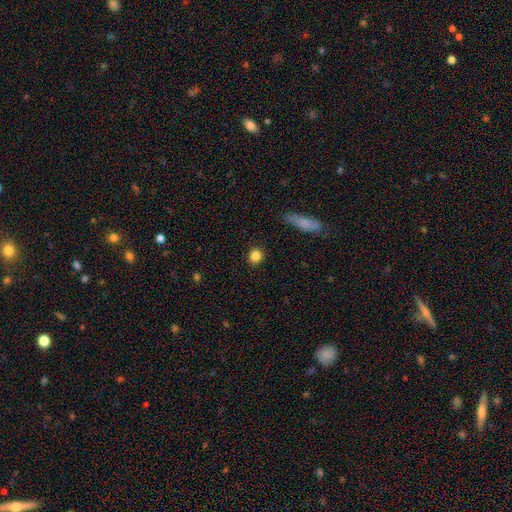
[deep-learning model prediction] Morphology: type=smooth (85%); roundness=round (84%); merging=none (89%).